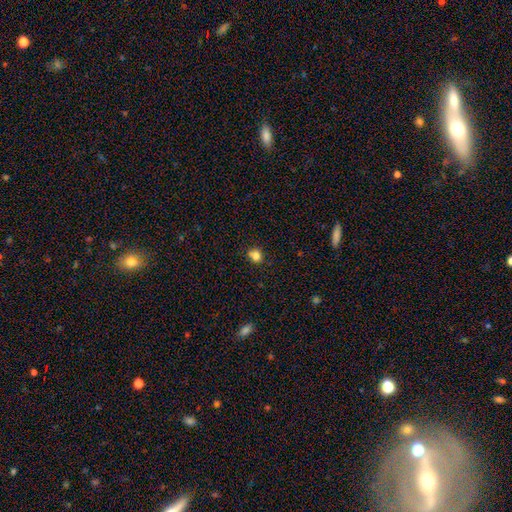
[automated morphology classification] Smooth or featured: smooth — 80% (star or artifact — 13%)
How rounded: round — 72% (in between — 27%)
Merging: none — 65% (minor disturbance — 17%)